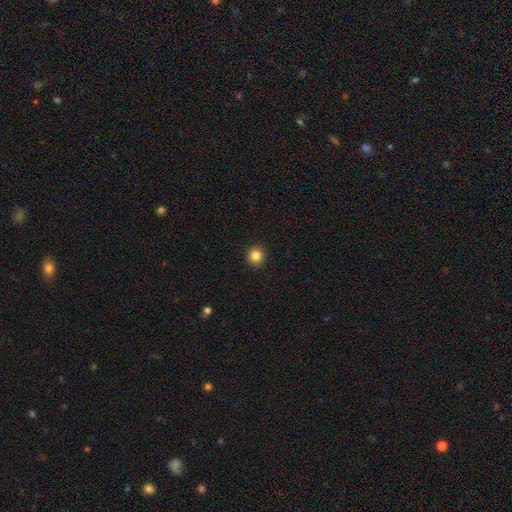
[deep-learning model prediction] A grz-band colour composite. It shows a smooth galaxy with no disk features (84%) that is round (95%). Merging: none (93%).